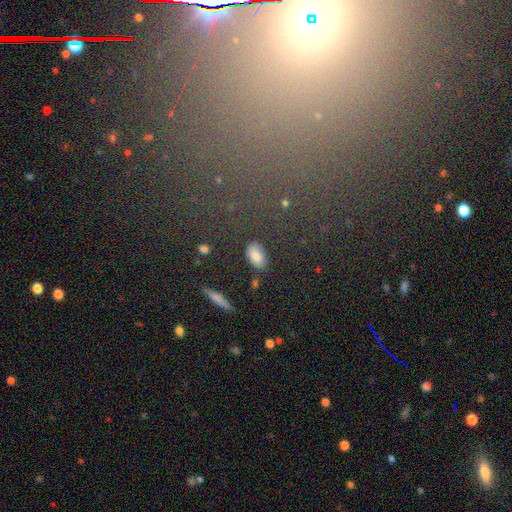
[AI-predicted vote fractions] Smooth or featured: smooth — 78% (star or artifact — 12%)
How rounded: in between — 89% (round — 6%)
Merging: none — 84% (minor disturbance — 11%)